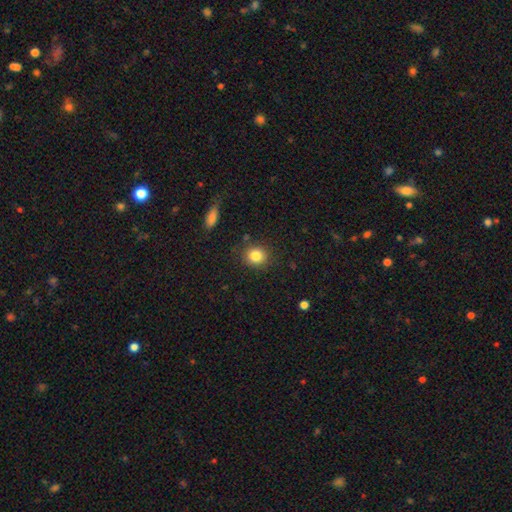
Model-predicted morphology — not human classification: Smooth or featured? Predicted: smooth (p=0.84). How rounded? Predicted: round (p=0.82). Merging? Predicted: none (p=0.87).